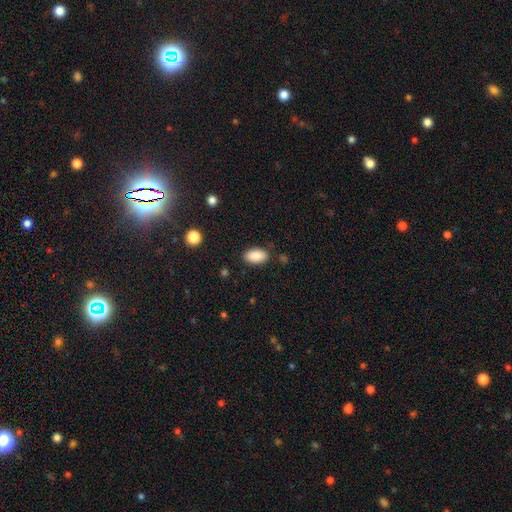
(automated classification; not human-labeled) This is clearly a smooth galaxy (88%). How rounded: clearly in between (93%). Merging: clearly none (84%).